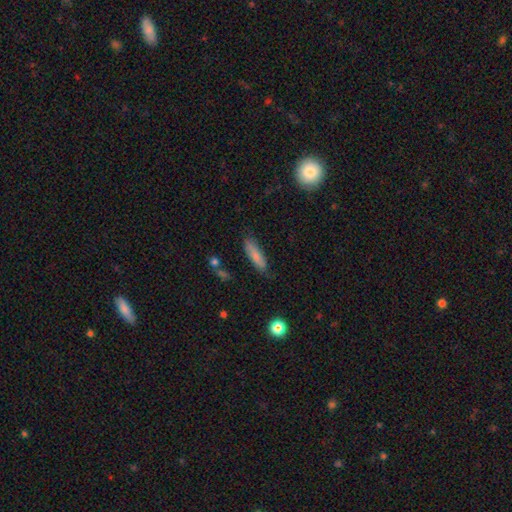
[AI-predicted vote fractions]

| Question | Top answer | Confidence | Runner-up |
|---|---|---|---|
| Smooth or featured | smooth | 79% | featured or disk (14%) |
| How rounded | cigar-shaped | 65% | in between (33%) |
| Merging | none | 74% | minor disturbance (20%) |